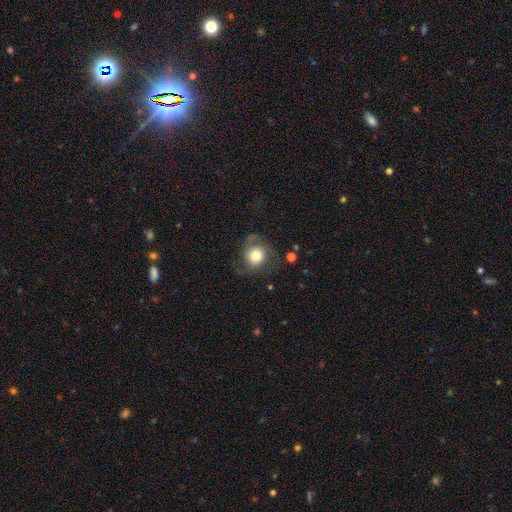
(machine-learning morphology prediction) Smooth or featured?
  - smooth: 52% *
  - featured or disk: 39%
  - star or artifact: 9%
How rounded?
  - round: 81% *
  - in between: 18%
  - cigar-shaped: 1%
Merging?
  - none: 59% *
  - minor disturbance: 22%
  - major disturbance: 17%
  - merger: 2%